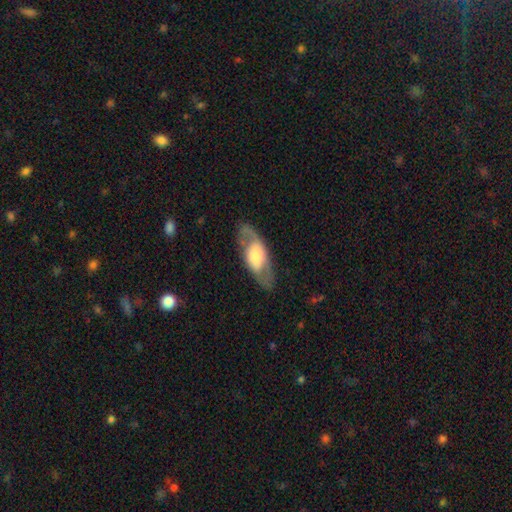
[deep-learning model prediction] This is possibly a featured or disk galaxy (56%). It is likely not viewed edge-on (77%). Merging: likely none (76%).